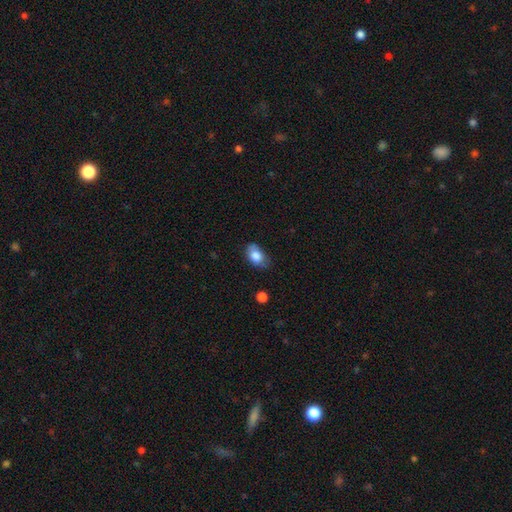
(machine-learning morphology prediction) Overall: smooth (80%). How rounded: in between (84%). Merging: none (56%; minor disturbance 33%).